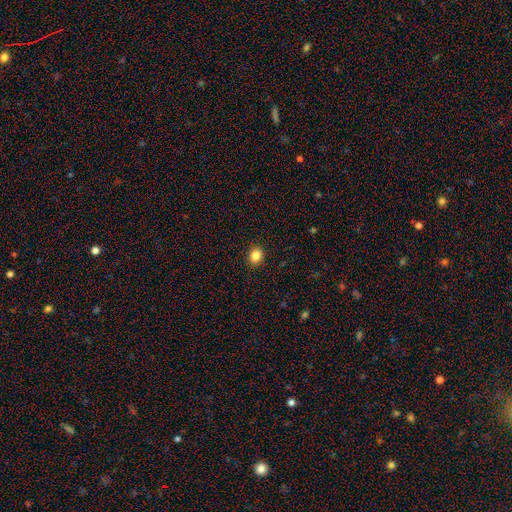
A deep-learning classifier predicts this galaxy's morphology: type=smooth (85%); roundness=round (69%); merging=none (92%).